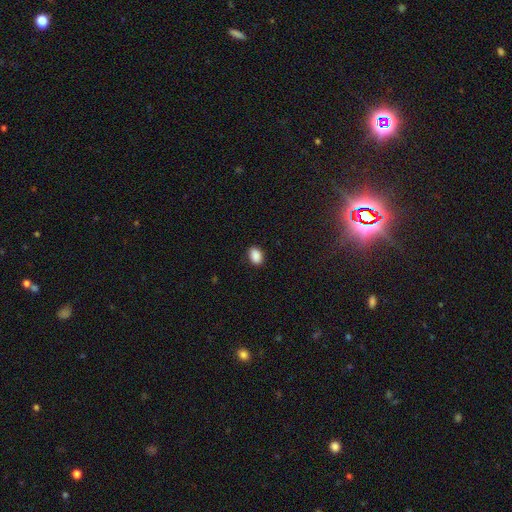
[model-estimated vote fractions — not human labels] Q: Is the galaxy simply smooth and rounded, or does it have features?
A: smooth — 89%.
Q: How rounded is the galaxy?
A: in between — 81%.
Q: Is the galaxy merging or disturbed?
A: none — 85%.